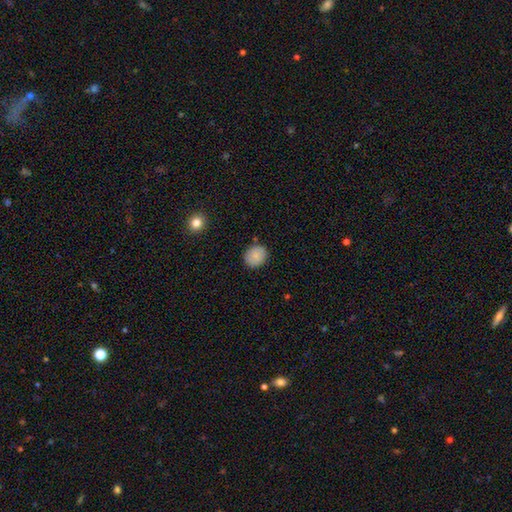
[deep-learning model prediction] Q: Smooth or featured?
A: smooth (83%); runner-up: featured or disk (9%)
Q: How rounded?
A: round (74%); runner-up: in between (26%)
Q: Merging?
A: none (85%); runner-up: minor disturbance (11%)